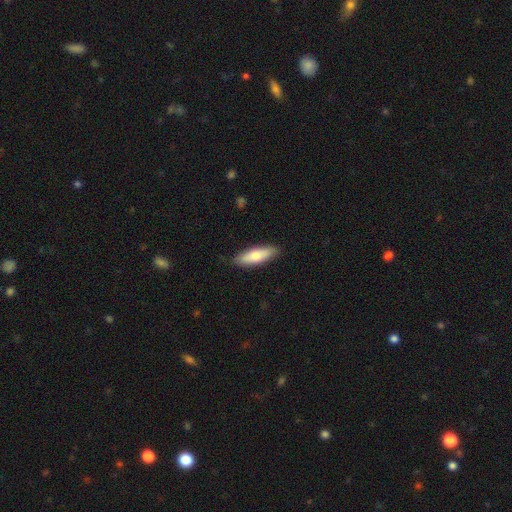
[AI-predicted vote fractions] Smooth or featured: smooth — 74% (featured or disk — 21%)
How rounded: in between — 53% (cigar-shaped — 45%)
Merging: none — 87% (minor disturbance — 10%)